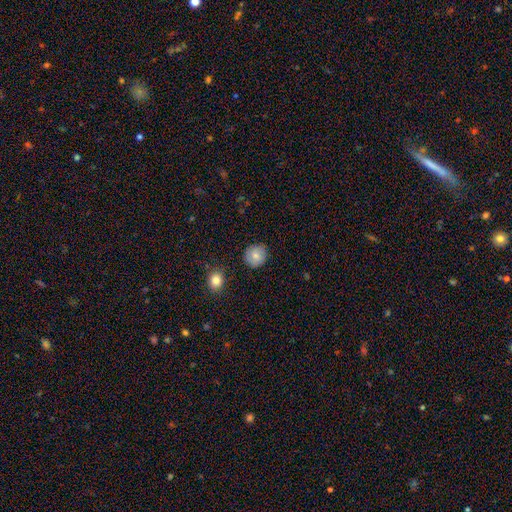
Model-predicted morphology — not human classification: smooth_or_featured: smooth (p=0.78) [alt: featured or disk p=0.14]
how_rounded: round (p=0.87) [alt: in between p=0.12]
merging: none (p=0.86) [alt: minor disturbance p=0.10]